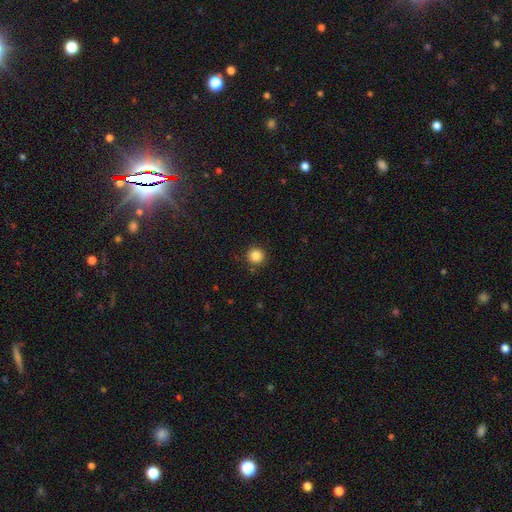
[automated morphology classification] smooth 85%, star or artifact 11%, featured or disk 4%. Down the decision tree: how rounded — round (94%); merging — none (89%).